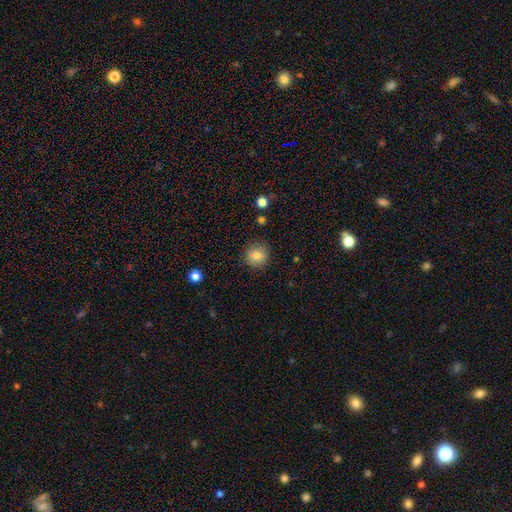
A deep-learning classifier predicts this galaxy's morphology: This is clearly a smooth galaxy (83%). How rounded: clearly round (90%). Merging: clearly none (87%).